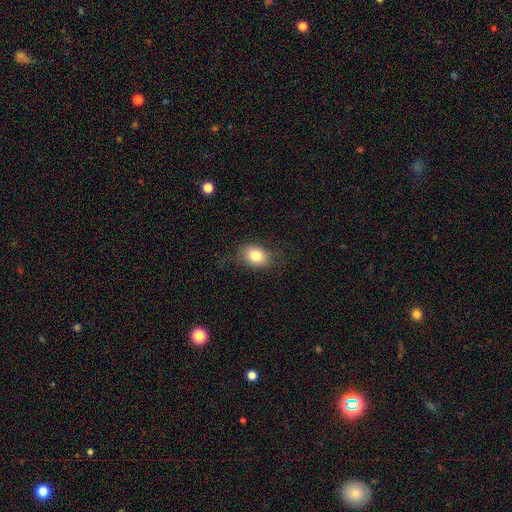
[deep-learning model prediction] Smooth or featured? Predicted: smooth (p=0.80). How rounded? Predicted: in between (p=0.72). Merging? Predicted: none (p=0.75).